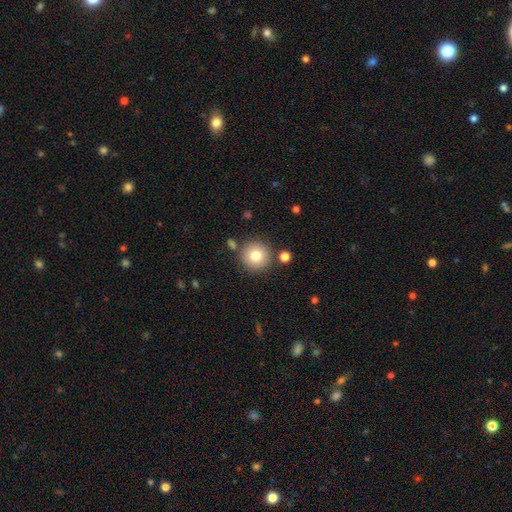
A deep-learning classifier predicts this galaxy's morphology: A smooth galaxy with no disk features (78%) that is round (95%).

Vote fractions:
- Smooth or featured? smooth: 78% / featured or disk: 11% / star or artifact: 11%
- How rounded? round: 95% / in between: 4% / cigar-shaped: 1%
- Merging? none: 84% / minor disturbance: 8% / merger: 6% / major disturbance: 3%